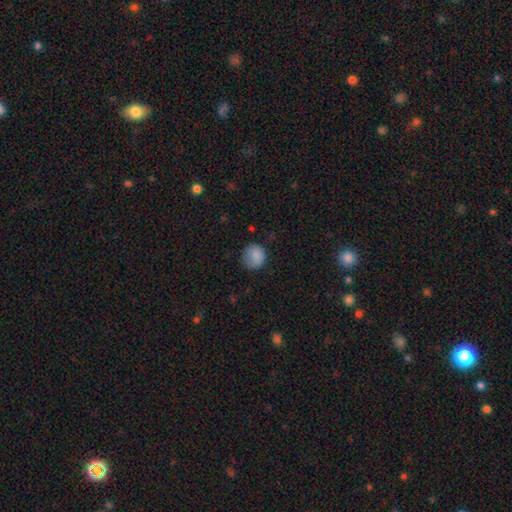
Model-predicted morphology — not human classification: Smooth or featured?
  - smooth: 85% *
  - star or artifact: 9%
  - featured or disk: 6%
How rounded?
  - round: 82% *
  - in between: 17%
  - cigar-shaped: 1%
Merging?
  - none: 73% *
  - minor disturbance: 20%
  - major disturbance: 5%
  - merger: 1%